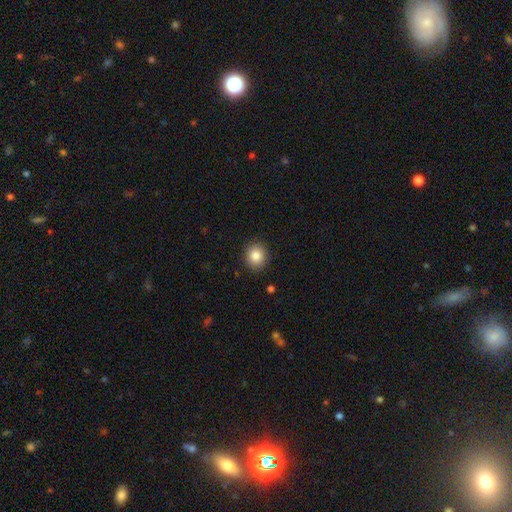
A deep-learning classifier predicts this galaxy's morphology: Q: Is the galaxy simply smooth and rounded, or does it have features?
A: smooth — 84%.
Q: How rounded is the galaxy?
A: round — 71%.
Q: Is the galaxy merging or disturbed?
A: none — 89%.